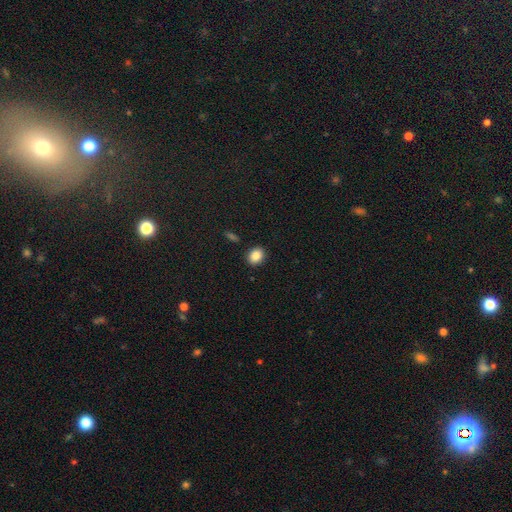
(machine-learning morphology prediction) A smooth galaxy with no disk features (86%) that is round (52%).

Vote fractions:
- Smooth or featured? smooth: 86% / star or artifact: 9% / featured or disk: 5%
- How rounded? round: 52% / in between: 47% / cigar-shaped: 1%
- Merging? none: 89% / minor disturbance: 7% / merger: 2% / major disturbance: 2%